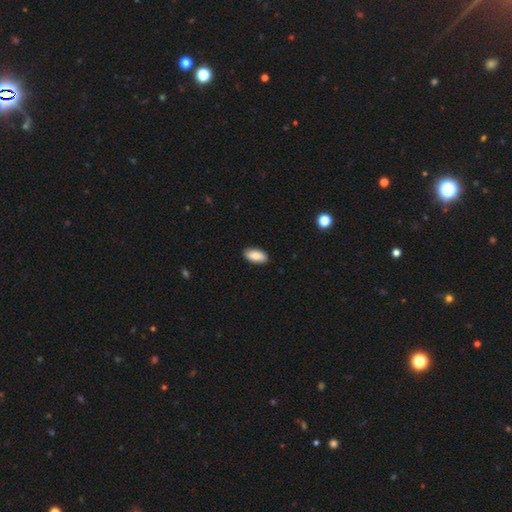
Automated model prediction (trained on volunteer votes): A smooth galaxy with no disk features (86%) that is in between round and cigar-shaped (91%).

Vote fractions:
- Smooth or featured? smooth: 86% / featured or disk: 8% / star or artifact: 6%
- How rounded? in between: 91% / cigar-shaped: 7% / round: 2%
- Merging? none: 89% / minor disturbance: 8% / major disturbance: 2% / merger: 1%